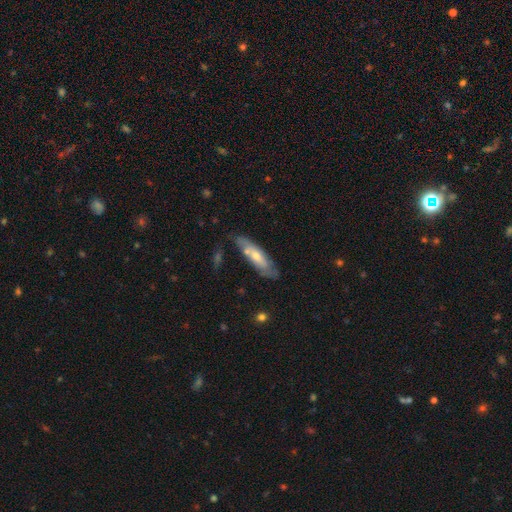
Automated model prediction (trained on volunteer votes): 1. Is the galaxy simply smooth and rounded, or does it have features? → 53% smooth, 41% featured or disk, 6% star or artifact.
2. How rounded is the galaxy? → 57% cigar-shaped, 41% in between, 2% round.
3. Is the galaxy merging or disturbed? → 67% none, 20% minor disturbance, 7% merger, 5% major disturbance.